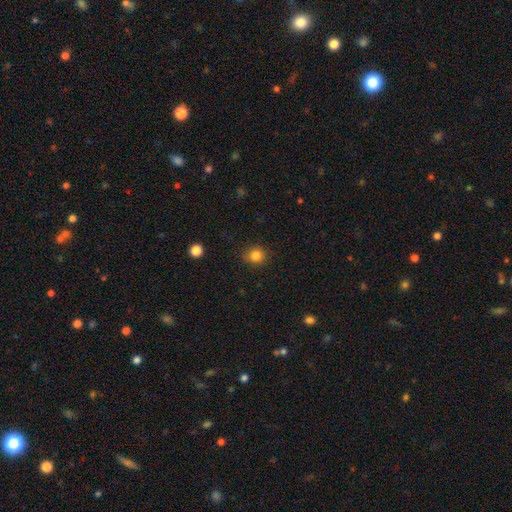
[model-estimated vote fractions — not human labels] Smooth or featured?
  - smooth: 84% *
  - star or artifact: 12%
  - featured or disk: 5%
How rounded?
  - round: 88% *
  - in between: 11%
  - cigar-shaped: 1%
Merging?
  - none: 87% *
  - minor disturbance: 9%
  - major disturbance: 3%
  - merger: 1%